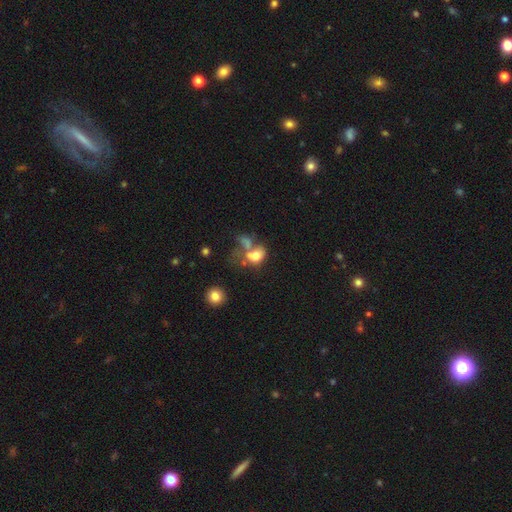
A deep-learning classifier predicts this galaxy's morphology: smooth_or_featured: smooth (p=0.66) [alt: featured or disk p=0.22]
how_rounded: in between (p=0.67) [alt: round p=0.31]
merging: merger (p=0.47) [alt: major disturbance p=0.21]